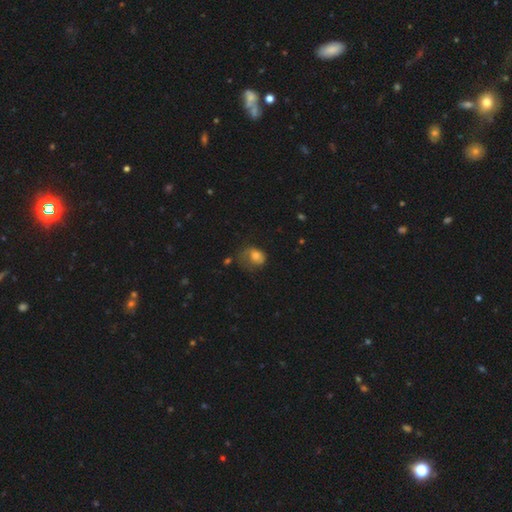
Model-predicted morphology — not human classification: smooth_or_featured: smooth (p=0.65) [alt: featured or disk p=0.25]
how_rounded: in between (p=0.54) [alt: round p=0.45]
merging: major disturbance (p=0.39) [alt: minor disturbance p=0.29]